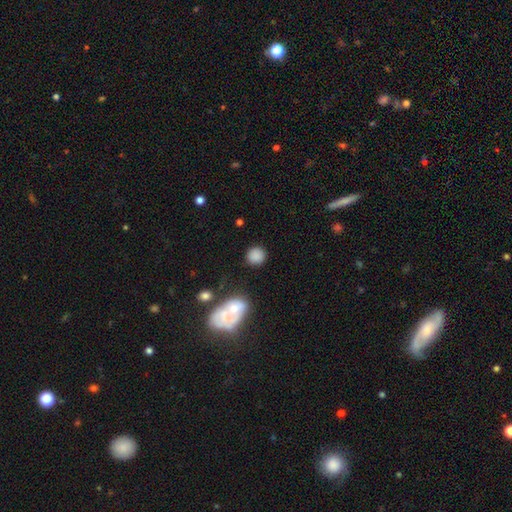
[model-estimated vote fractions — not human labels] A smooth galaxy with no disk features (84%) that is round (88%). Merging: none (80%).